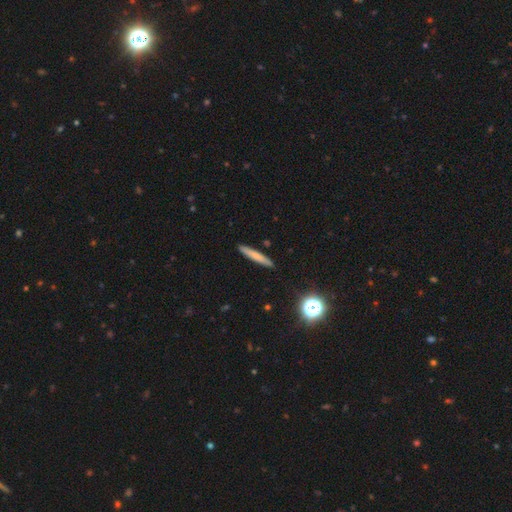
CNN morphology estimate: Q: Smooth or featured?
A: smooth (71%); runner-up: featured or disk (21%)
Q: How rounded?
A: cigar-shaped (94%); runner-up: in between (4%)
Q: Merging?
A: none (90%); runner-up: minor disturbance (7%)